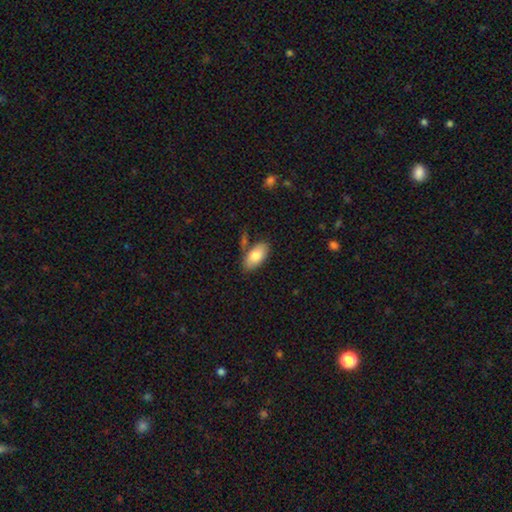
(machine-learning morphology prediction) type=smooth (80%); roundness=in between (93%); merging=none (70%).